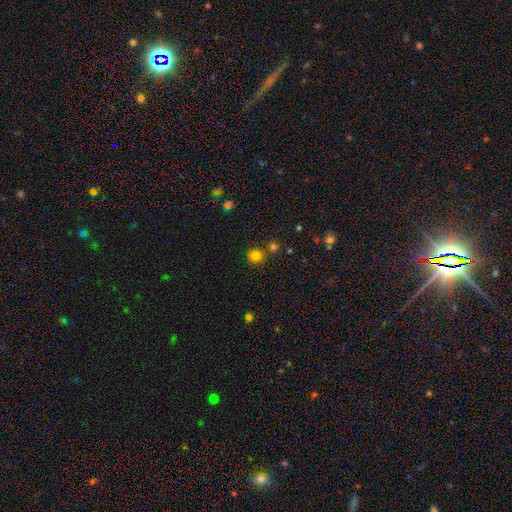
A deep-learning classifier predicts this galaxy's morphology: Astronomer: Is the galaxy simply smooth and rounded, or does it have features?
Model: smooth — 77%.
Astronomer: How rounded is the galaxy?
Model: round — 87%.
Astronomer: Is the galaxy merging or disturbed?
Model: none — 79%.